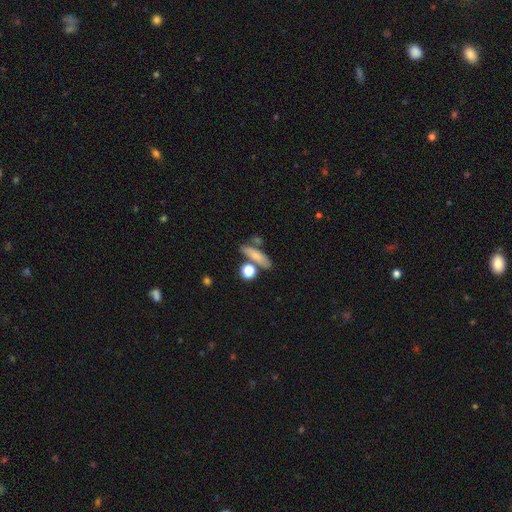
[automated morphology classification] type=smooth (73%); roundness=cigar-shaped (54%); merging=none (65%).